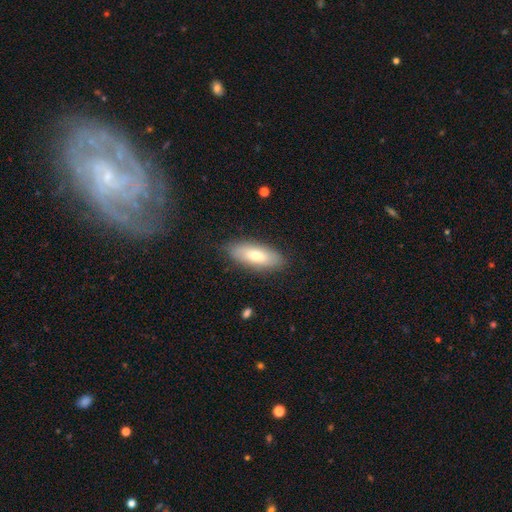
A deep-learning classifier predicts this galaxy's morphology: The model was most divided on "smooth or featured": smooth: 70%, featured or disk: 23%, star or artifact: 7%. More confident: merging — none (84%); how rounded — in between (75%).